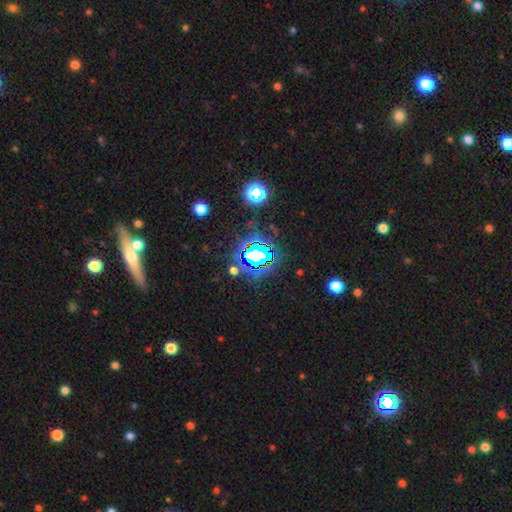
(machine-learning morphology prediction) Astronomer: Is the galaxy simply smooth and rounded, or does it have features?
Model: star or artifact — 74%.